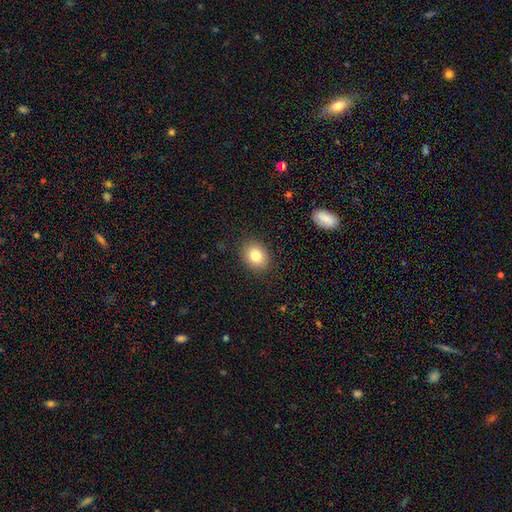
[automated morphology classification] Q: Smooth or featured?
A: smooth (82%); runner-up: star or artifact (9%)
Q: How rounded?
A: in between (50%); runner-up: round (49%)
Q: Merging?
A: none (88%); runner-up: minor disturbance (8%)